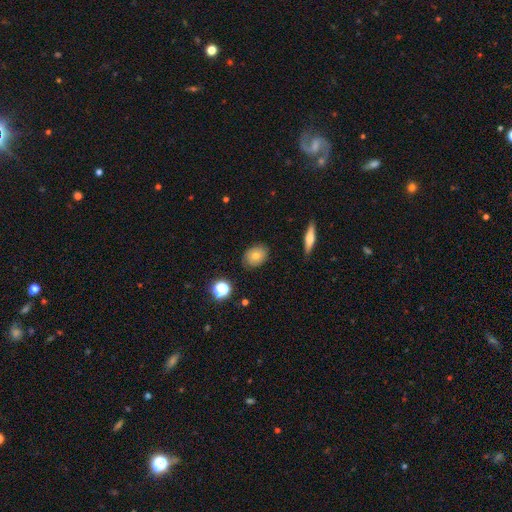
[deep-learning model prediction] smooth 70%, featured or disk 19%, star or artifact 11%. Down the decision tree: how rounded — in between (53%); merging — none (84%).